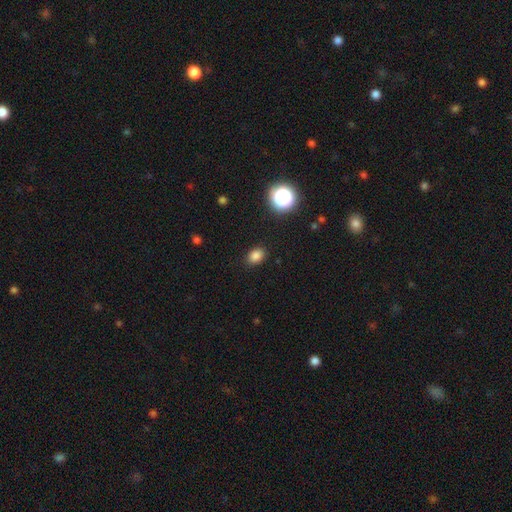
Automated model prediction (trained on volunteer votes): Smooth or featured? Predicted: smooth (p=0.82). How rounded? Predicted: in between (p=0.67). Merging? Predicted: none (p=0.87).